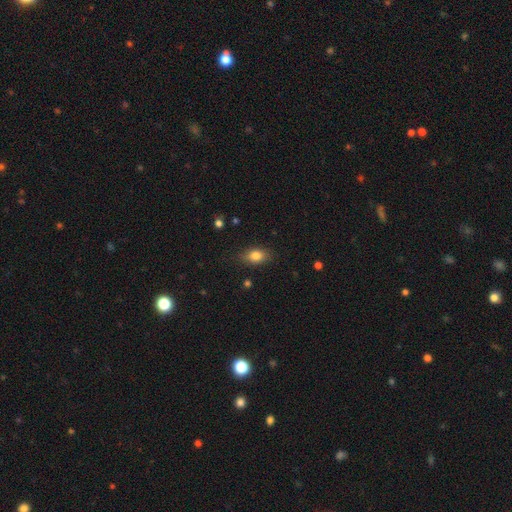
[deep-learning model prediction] smooth-or-featured: smooth: 82% | featured or disk: 9% | star or artifact: 9%
  how-rounded: in between: 80% | round: 17% | cigar-shaped: 4%
  merging: none: 83% | minor disturbance: 13% | major disturbance: 3% | merger: 1%